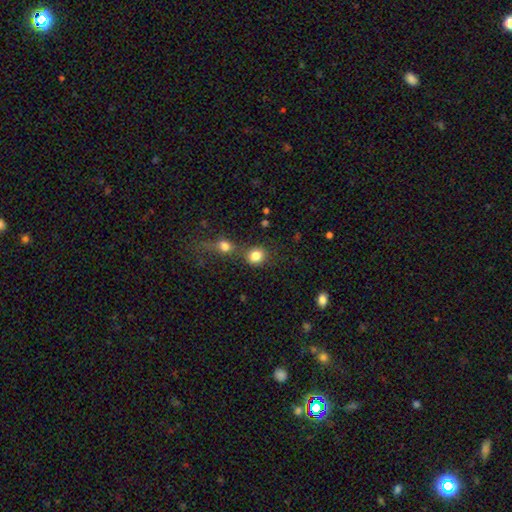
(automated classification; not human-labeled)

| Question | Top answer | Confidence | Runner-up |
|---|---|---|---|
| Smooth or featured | smooth | 83% | star or artifact (11%) |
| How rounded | round | 79% | in between (20%) |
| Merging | none | 56% | merger (29%) |